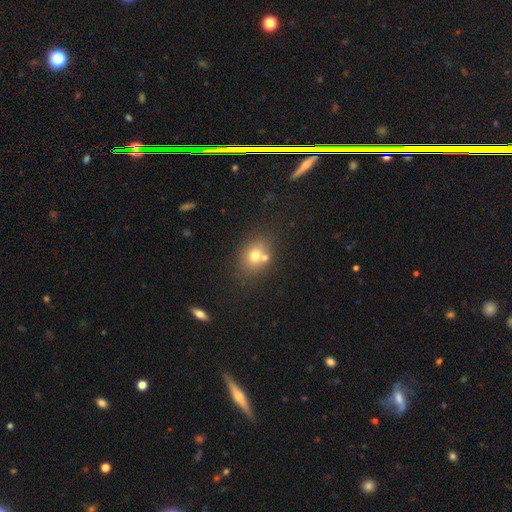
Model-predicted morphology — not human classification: type=smooth (71%); roundness=round (56%); merging=none (58%).